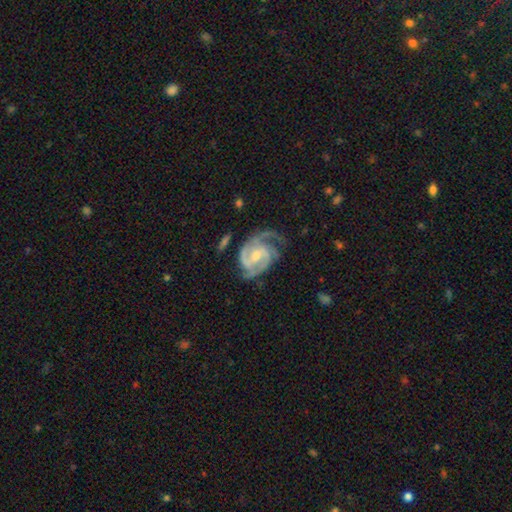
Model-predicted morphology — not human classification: Overall: featured or disk (92%). Edge-on disk: no (98%). Bar: weak (49%; no 37%). Spiral arms: yes (98%). Spiral arm count: 3 (39%; 2 38%). Spiral winding: tight (49%; medium 43%). Bulge size: moderate (48%; small 41%). Merging: none (59%; minor disturbance 23%).